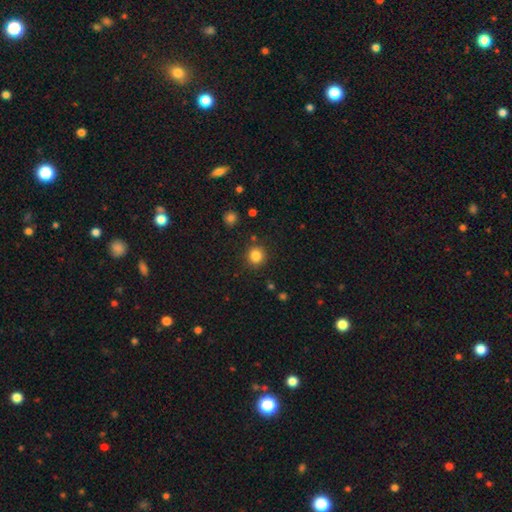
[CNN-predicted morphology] A smooth galaxy with no disk features (84%) that is round (92%).

Vote fractions:
- Smooth or featured? smooth: 84% / star or artifact: 12% / featured or disk: 5%
- How rounded? round: 92% / in between: 7% / cigar-shaped: 1%
- Merging? none: 88% / minor disturbance: 7% / merger: 3% / major disturbance: 3%